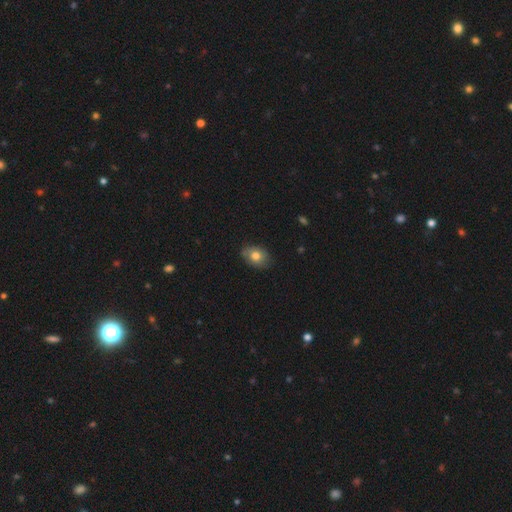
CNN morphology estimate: A smooth galaxy with no disk features (78%) that is in between round and cigar-shaped (73%). Merging: none (81%).